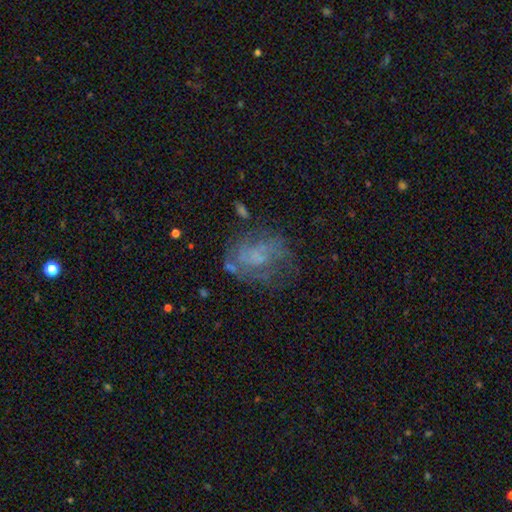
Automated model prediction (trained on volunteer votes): featured or disk 57%, smooth 27%, star or artifact 16%. Down the decision tree: edge-on disk — no (97%); bar — no (68%); spiral arms — yes (62%); bulge size — none (42%); merging — none (57%).